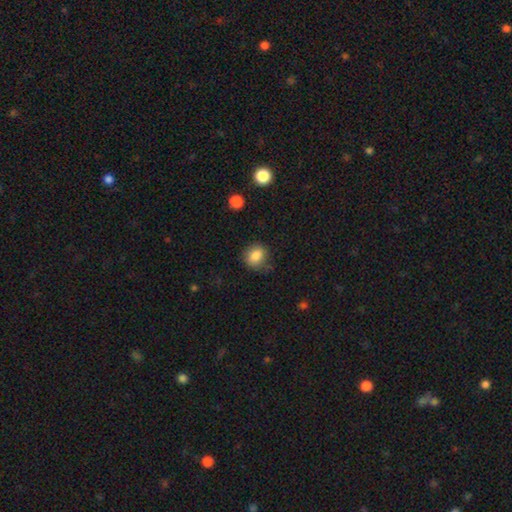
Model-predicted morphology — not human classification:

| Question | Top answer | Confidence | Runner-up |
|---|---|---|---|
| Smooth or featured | smooth | 85% | star or artifact (9%) |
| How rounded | round | 66% | in between (33%) |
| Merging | none | 75% | minor disturbance (19%) |